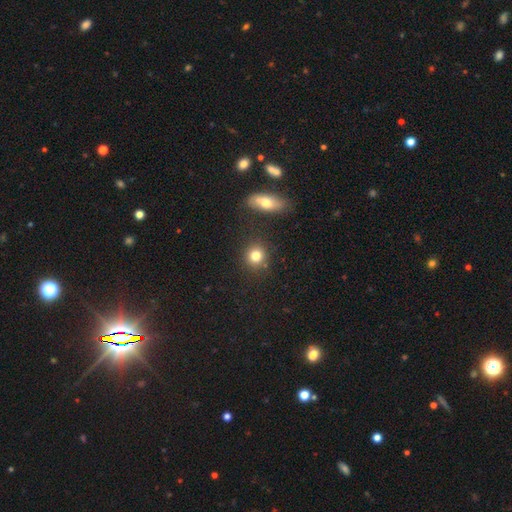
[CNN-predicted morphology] Smooth or featured? smooth (81%)
How rounded? round (84%)
Merging? none (82%)